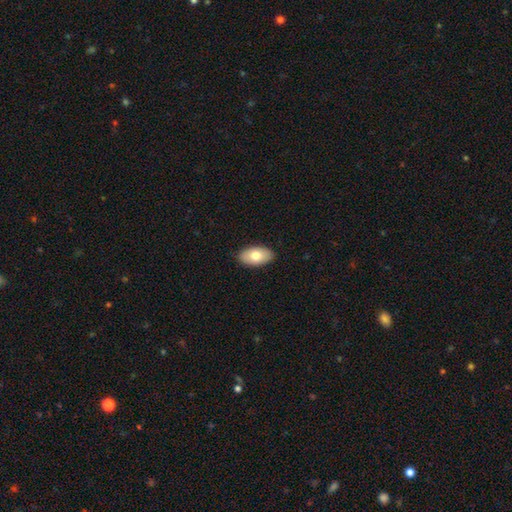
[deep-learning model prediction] smooth-or-featured: smooth: 75% | featured or disk: 18% | star or artifact: 6%
  how-rounded: in between: 95% | round: 3% | cigar-shaped: 2%
  merging: none: 89% | minor disturbance: 9% | major disturbance: 2% | merger: 1%